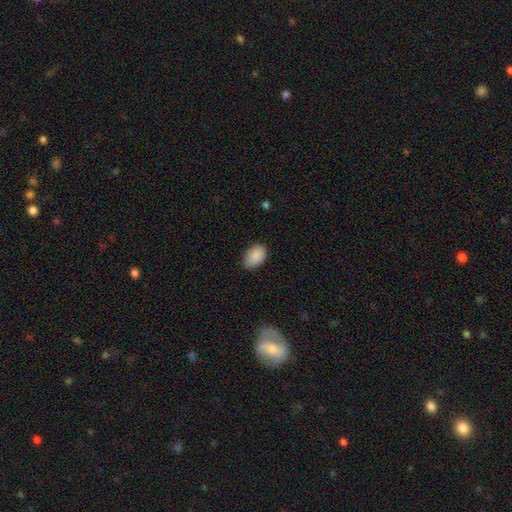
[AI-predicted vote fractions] Morphology: type=smooth (88%); roundness=in between (88%); merging=none (75%).